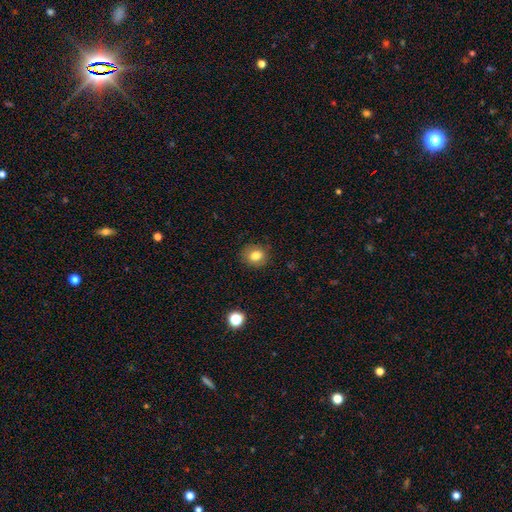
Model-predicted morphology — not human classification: Smooth or featured? smooth (81%)
How rounded? round (75%)
Merging? none (86%)